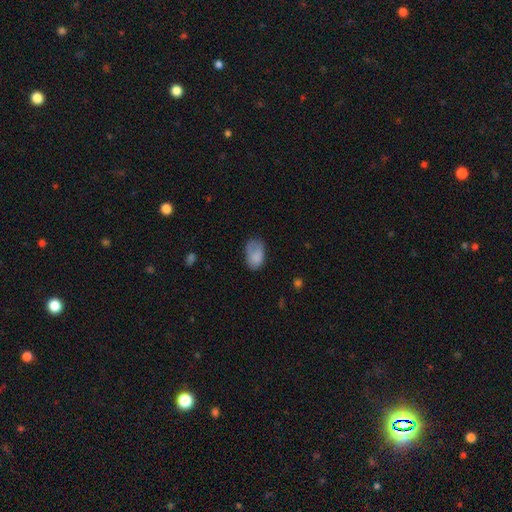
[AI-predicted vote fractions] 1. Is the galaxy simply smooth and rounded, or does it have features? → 79% smooth, 13% featured or disk, 8% star or artifact.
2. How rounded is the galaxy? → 89% in between, 10% round, 1% cigar-shaped.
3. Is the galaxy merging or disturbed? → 51% none, 31% minor disturbance, 16% major disturbance, 3% merger.